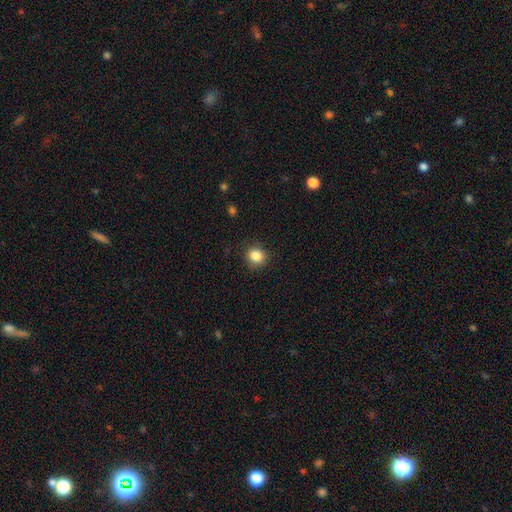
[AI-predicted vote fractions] Smooth or featured? smooth (86%)
How rounded? round (75%)
Merging? none (86%)